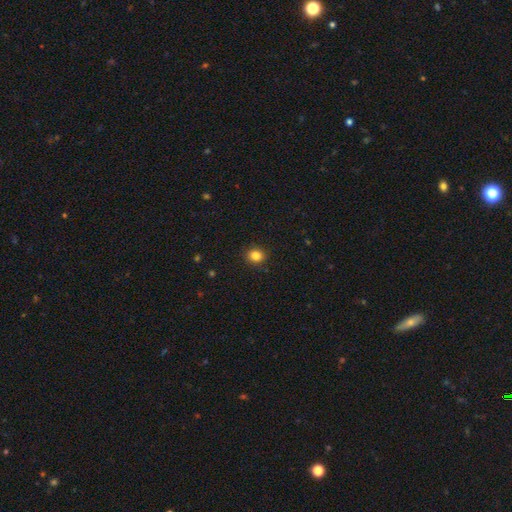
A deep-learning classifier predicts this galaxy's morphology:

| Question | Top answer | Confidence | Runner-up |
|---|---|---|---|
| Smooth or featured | smooth | 84% | star or artifact (12%) |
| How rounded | round | 72% | in between (27%) |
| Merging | none | 90% | minor disturbance (7%) |